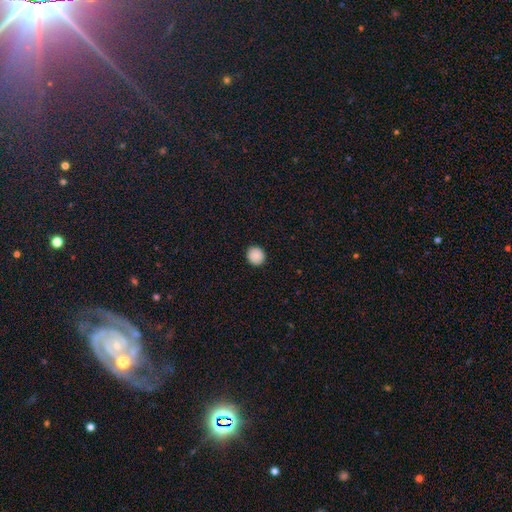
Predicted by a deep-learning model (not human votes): The model was most divided on "how rounded": round: 87%, in between: 12%, cigar-shaped: 1%. More confident: merging — none (92%); smooth or featured — smooth (89%).